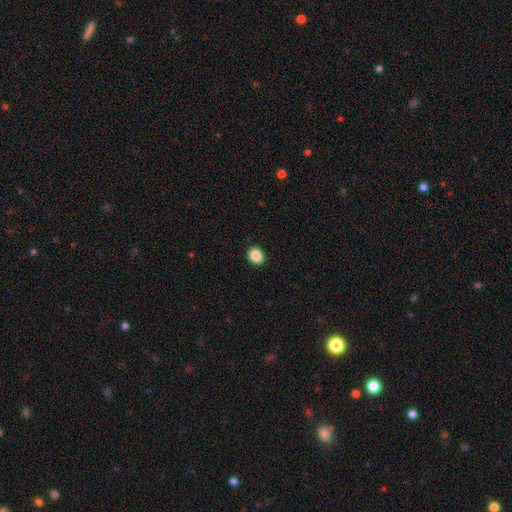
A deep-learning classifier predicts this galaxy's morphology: smooth 87%, star or artifact 9%, featured or disk 3%. Down the decision tree: how rounded — round (66%); merging — none (92%).